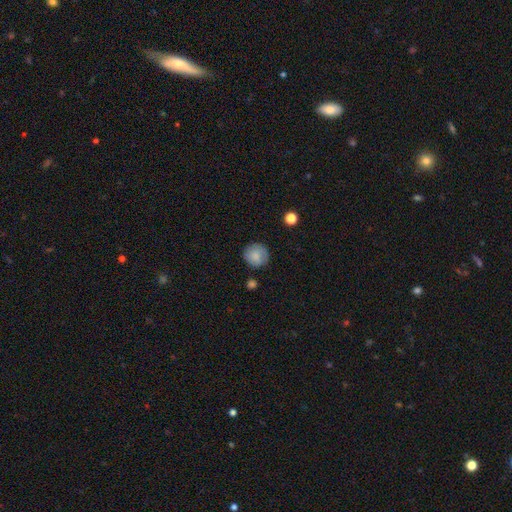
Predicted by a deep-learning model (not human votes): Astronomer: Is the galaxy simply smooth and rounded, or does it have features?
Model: smooth — 80%.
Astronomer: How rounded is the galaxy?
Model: round — 91%.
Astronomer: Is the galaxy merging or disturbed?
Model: none — 80%.